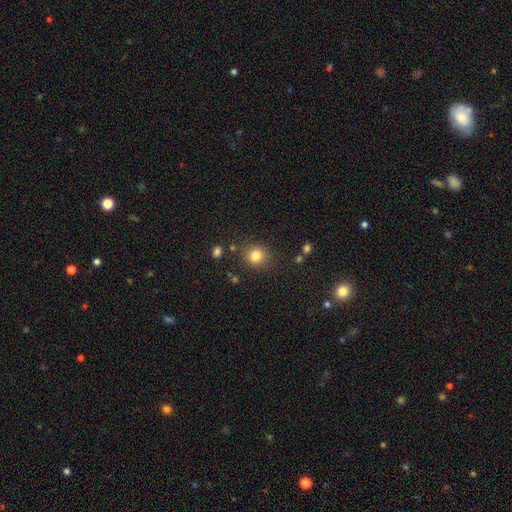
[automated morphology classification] A smooth galaxy with no disk features (82%) that is round (83%). Merging: none (82%).